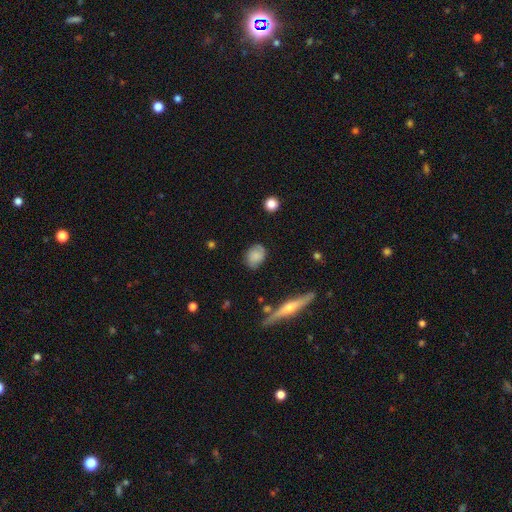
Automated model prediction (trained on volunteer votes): Smooth or featured? smooth (66%)
How rounded? in between (55%)
Merging? none (75%)